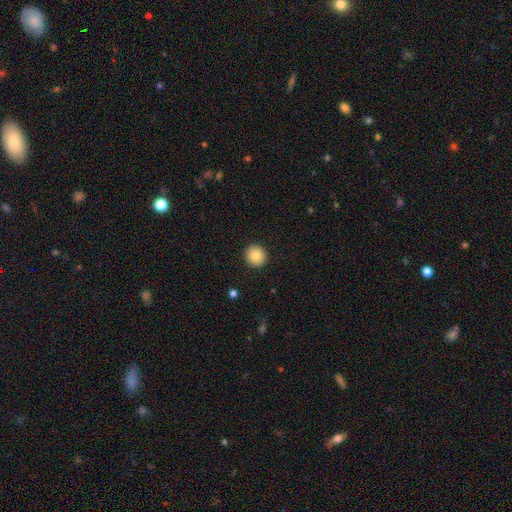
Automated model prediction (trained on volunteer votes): smooth_or_featured: smooth (p=0.84) [alt: star or artifact p=0.09]
how_rounded: round (p=0.92) [alt: in between p=0.07]
merging: none (p=0.93) [alt: minor disturbance p=0.05]